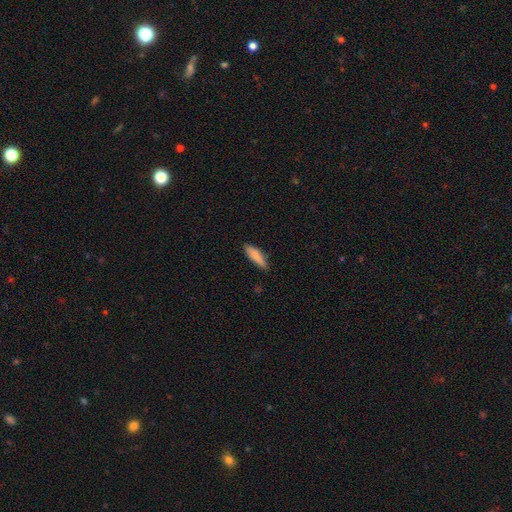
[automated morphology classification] type=smooth (84%); roundness=cigar-shaped (68%); merging=none (80%).